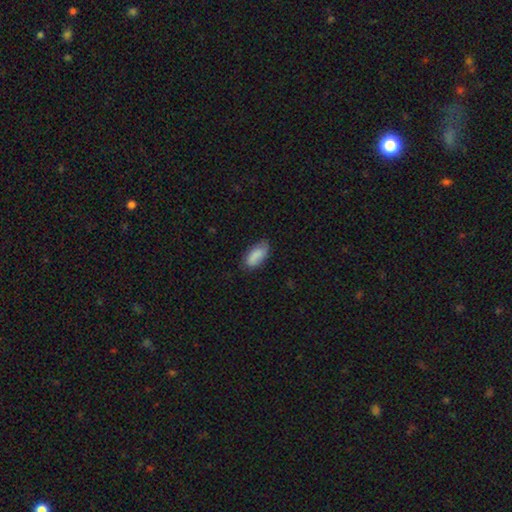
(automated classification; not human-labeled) smooth 84%, featured or disk 9%, star or artifact 7%. Down the decision tree: how rounded — in between (90%); merging — none (70%).